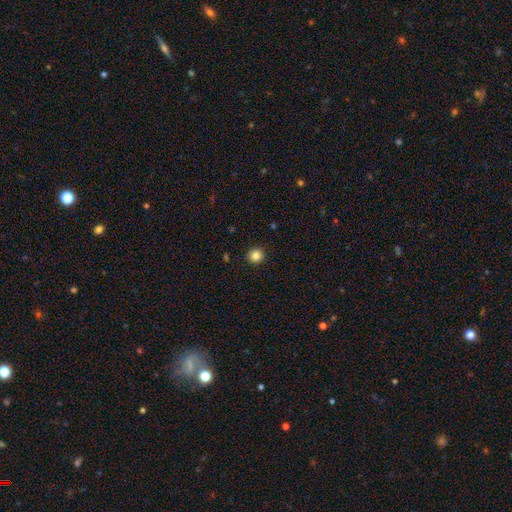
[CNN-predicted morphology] Overall: smooth (85%). How rounded: round (92%). Merging: none (92%).